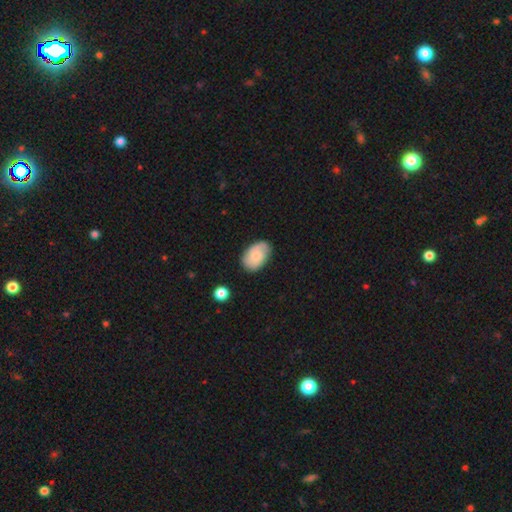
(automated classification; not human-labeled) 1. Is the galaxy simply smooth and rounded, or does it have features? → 59% smooth, 34% featured or disk, 7% star or artifact.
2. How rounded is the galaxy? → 86% in between, 12% round, 1% cigar-shaped.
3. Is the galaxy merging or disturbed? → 74% none, 20% minor disturbance, 5% major disturbance, 2% merger.